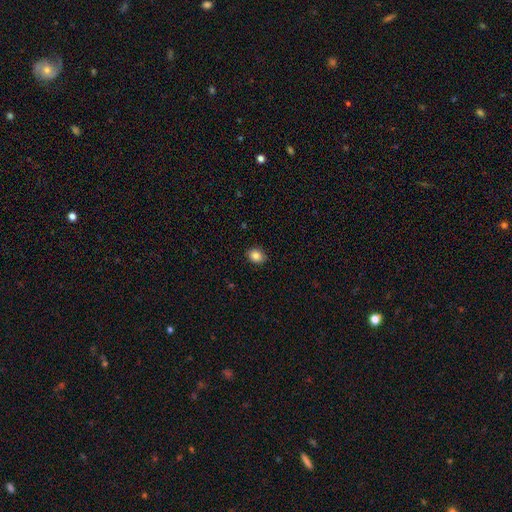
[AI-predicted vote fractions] The model was most divided on "how rounded": in between: 55%, round: 44%, cigar-shaped: 1%. More confident: merging — none (88%); smooth or featured — smooth (86%).